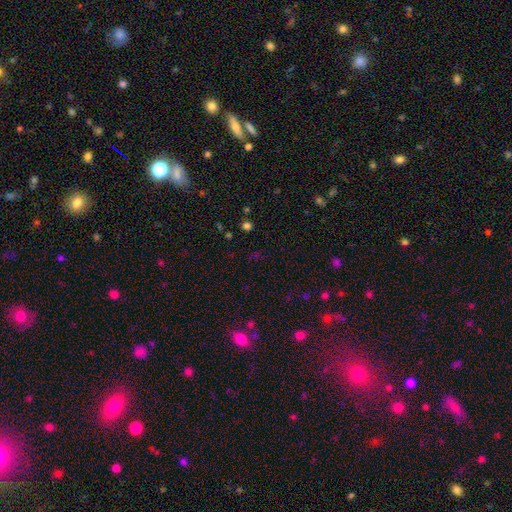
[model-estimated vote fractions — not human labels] star or artifact 53%, smooth 41%, featured or disk 6%.